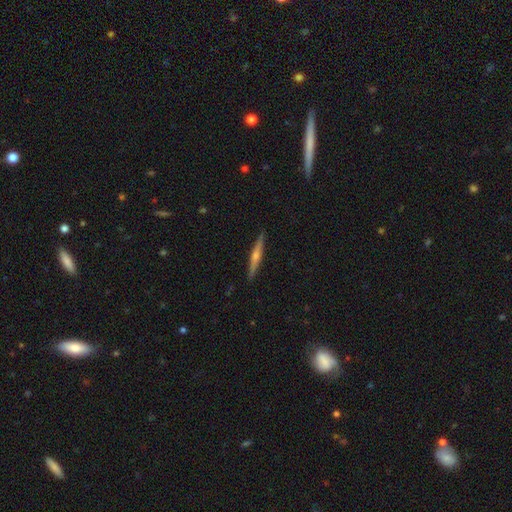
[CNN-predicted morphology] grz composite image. It shows a featured or disk galaxy (70%) viewed edge-on (98%) with a rounded central bulge (84%). Merging: none (91%).